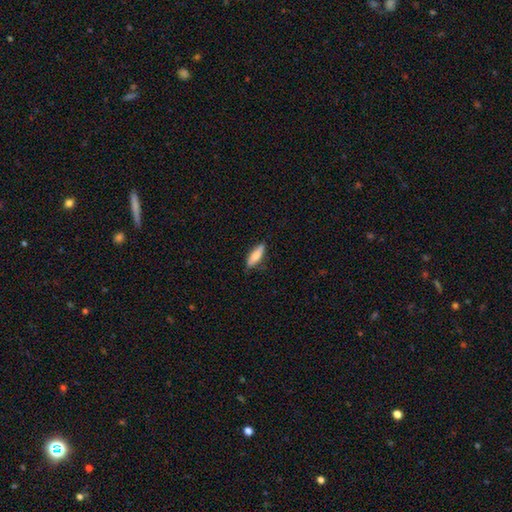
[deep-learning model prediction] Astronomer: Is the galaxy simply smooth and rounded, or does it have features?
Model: smooth — 79%.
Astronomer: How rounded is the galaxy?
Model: in between — 52% (runner-up: cigar-shaped, 46%).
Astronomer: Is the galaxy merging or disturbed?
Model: none — 76%.